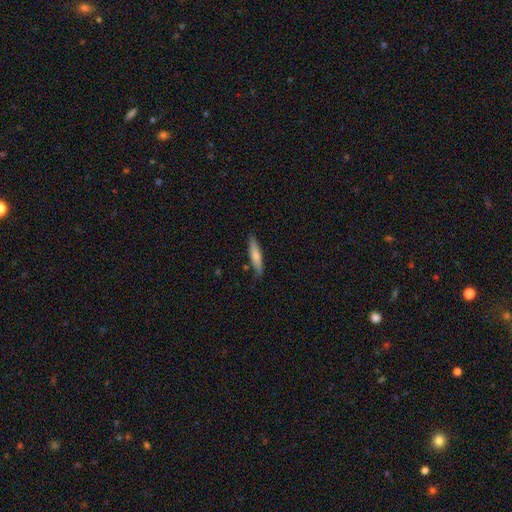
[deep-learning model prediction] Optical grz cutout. It shows a smooth galaxy with no disk features (70%) that is cigar-shaped (82%). Merging: none (83%).